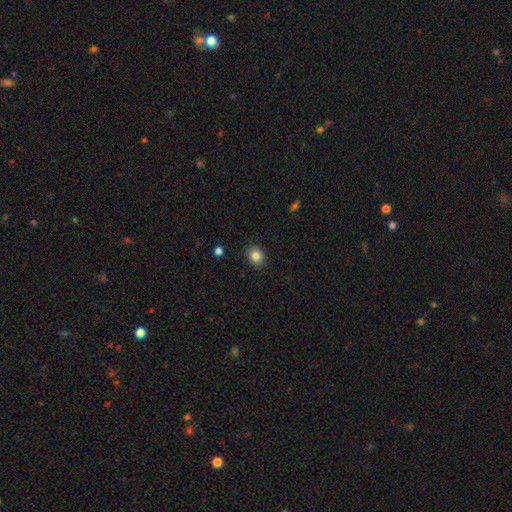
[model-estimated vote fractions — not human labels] Smooth or featured: smooth — 84% (star or artifact — 10%)
How rounded: round — 54% (in between — 45%)
Merging: none — 88% (minor disturbance — 9%)